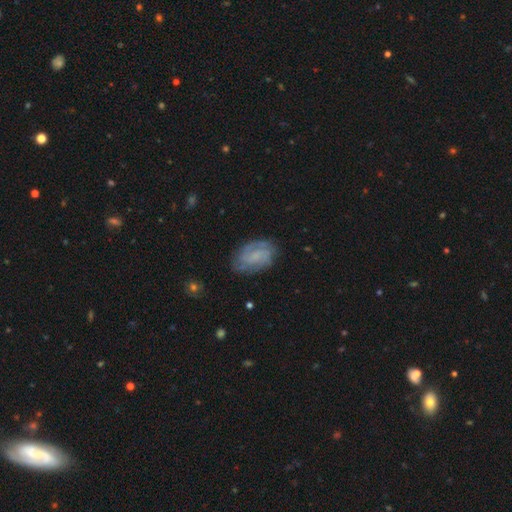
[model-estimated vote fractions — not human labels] Overall: featured or disk (66%; smooth 26%). Edge-on disk: no (97%). Bar: no (52%; weak 40%). Spiral arms: yes (90%). Spiral arm count: 2 (45%; can't tell 28%). Spiral winding: tight (47%; medium 39%). Bulge size: none (43%; small 39%). Merging: none (74%).